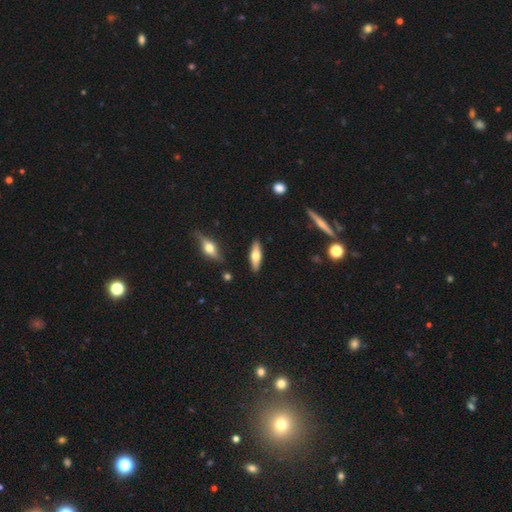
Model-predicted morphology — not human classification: smooth 55%, featured or disk 39%, star or artifact 6%. Down the decision tree: how rounded — cigar-shaped (50%); merging — none (87%).